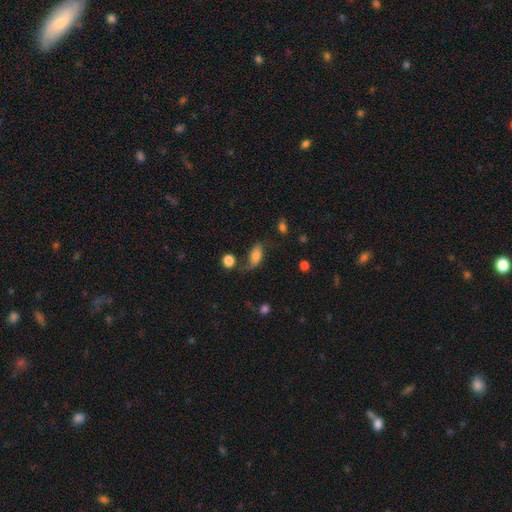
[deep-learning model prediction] Smooth or featured? smooth (61%)
How rounded? in between (87%)
Merging? none (43%)